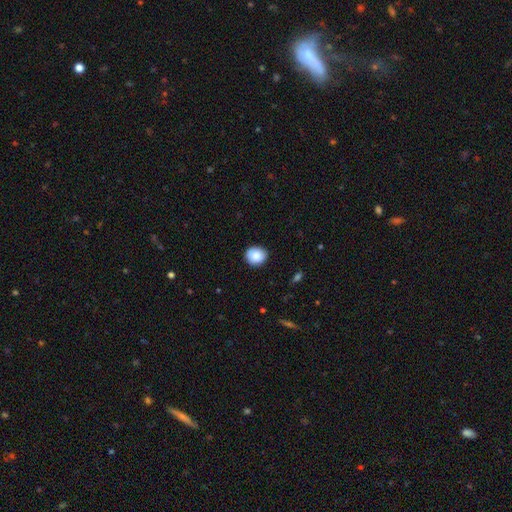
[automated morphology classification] smooth_or_featured: smooth (p=0.88) [alt: star or artifact p=0.07]
how_rounded: round (p=0.74) [alt: in between p=0.25]
merging: none (p=0.87) [alt: minor disturbance p=0.10]